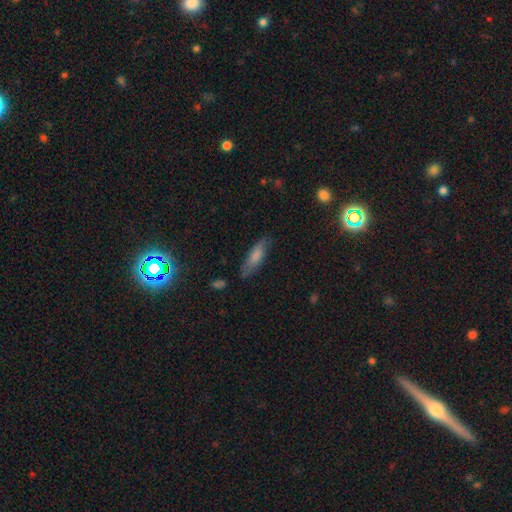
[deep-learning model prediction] Smooth or featured? Predicted: smooth (p=0.75). How rounded? Predicted: cigar-shaped (p=0.53). Merging? Predicted: none (p=0.76).